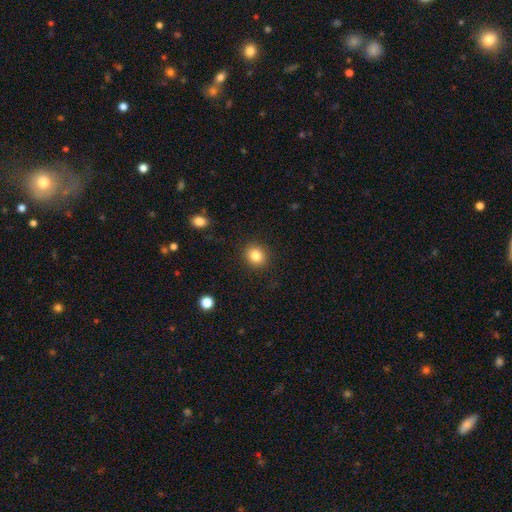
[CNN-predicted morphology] smooth-or-featured: smooth: 83% | star or artifact: 10% | featured or disk: 6%
  how-rounded: round: 80% | in between: 19% | cigar-shaped: 1%
  merging: none: 90% | minor disturbance: 7% | major disturbance: 2% | merger: 1%